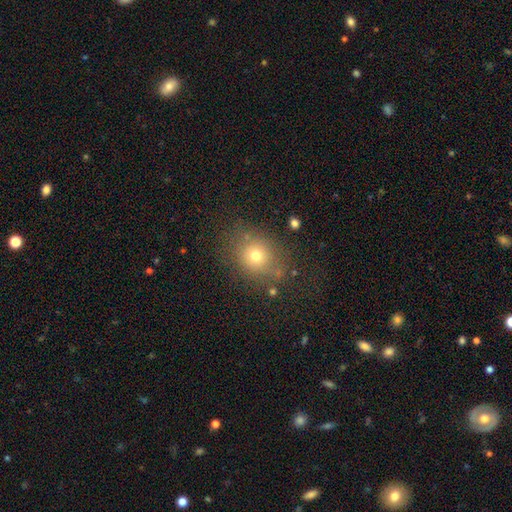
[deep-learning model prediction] This appears to be a smooth galaxy with no disk features (71%) that is round (70%). Merging: none (75%).